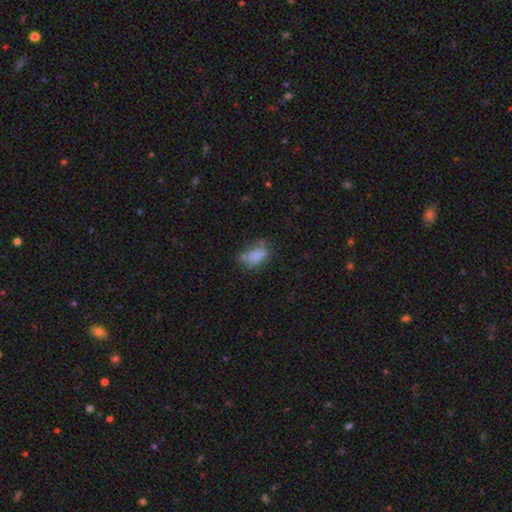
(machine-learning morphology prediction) This is likely a smooth galaxy (72%). How rounded: clearly in between (88%). Merging: marginally none (40%).